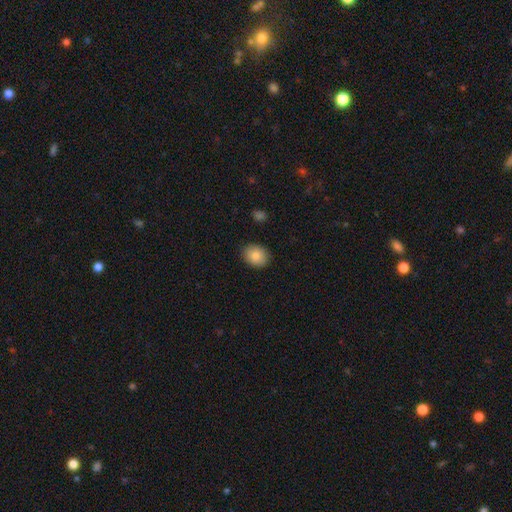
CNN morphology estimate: This appears to be a smooth galaxy with no disk features (84%) that is round (51%). Merging: none (88%).